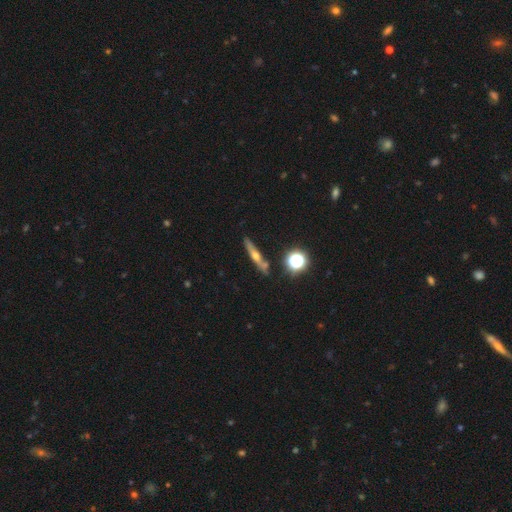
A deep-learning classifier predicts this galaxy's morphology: A featured or disk galaxy (55%) viewed edge-on (92%) with a rounded central bulge (86%).

Vote fractions:
- Smooth or featured? featured or disk: 55% / smooth: 33% / star or artifact: 12%
- Edge-on disk? yes: 92% / no: 8%
- Edge-on bulge? rounded: 86% / none: 10% / boxy: 4%
- Merging? none: 80% / minor disturbance: 11% / merger: 6% / major disturbance: 3%